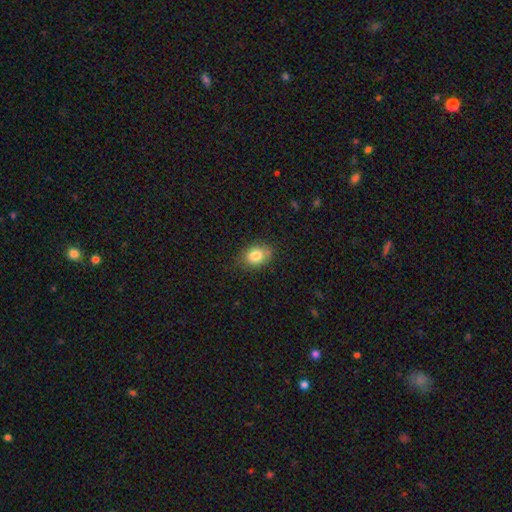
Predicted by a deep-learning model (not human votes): A smooth galaxy with no disk features (82%) that is in between round and cigar-shaped (69%).

Vote fractions:
- Smooth or featured? smooth: 82% / featured or disk: 9% / star or artifact: 9%
- How rounded? in between: 69% / round: 30% / cigar-shaped: 1%
- Merging? none: 80% / minor disturbance: 16% / major disturbance: 3% / merger: 1%